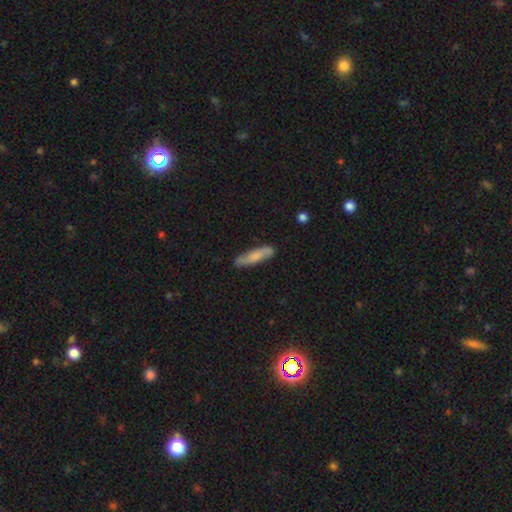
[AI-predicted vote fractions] smooth-or-featured: smooth: 63% | featured or disk: 32% | star or artifact: 6%
  how-rounded: cigar-shaped: 79% | in between: 19% | round: 2%
  merging: none: 82% | minor disturbance: 14% | major disturbance: 2% | merger: 2%